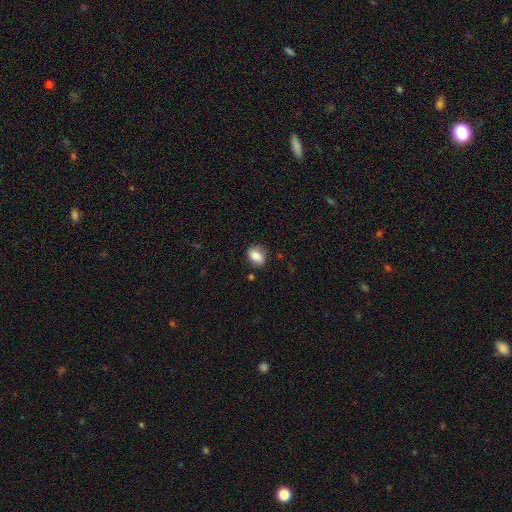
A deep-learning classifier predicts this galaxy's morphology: This is clearly a smooth galaxy (85%). How rounded: likely in between (67%). Merging: likely none (77%).